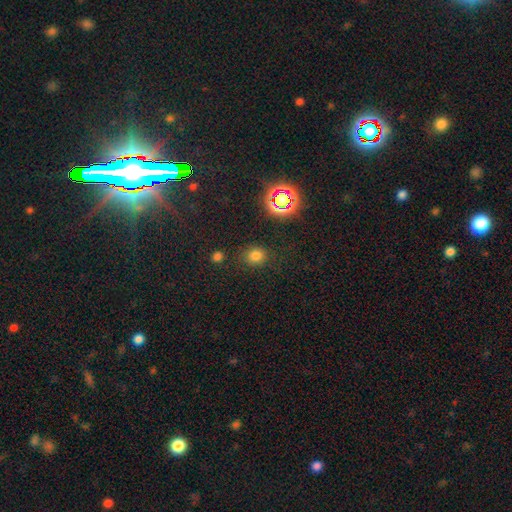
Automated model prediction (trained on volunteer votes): A smooth galaxy with no disk features (73%) that is round (75%). Merging: none (83%).